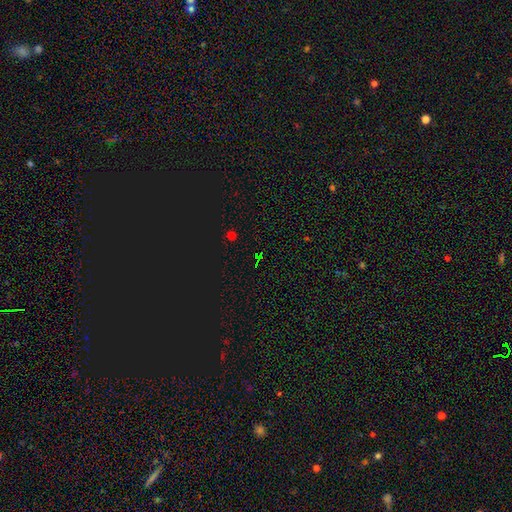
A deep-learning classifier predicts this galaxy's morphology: smooth-or-featured: star or artifact: 68% | smooth: 25% | featured or disk: 7%